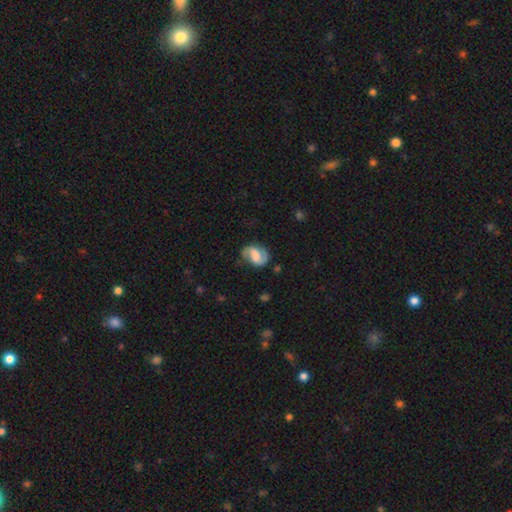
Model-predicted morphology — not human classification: Smooth or featured: featured or disk — 71% (smooth — 22%)
Edge-on disk: no — 98% (yes — 2%)
Bar: weak — 47% (strong — 27%)
Spiral arms: yes — 91% (no — 9%)
Spiral winding: medium — 47% (loose — 28%)
Spiral arm count: 2 — 86% (can't tell — 6%)
Bulge size: moderate — 37% (small — 24%)
Merging: none — 66% (minor disturbance — 22%)